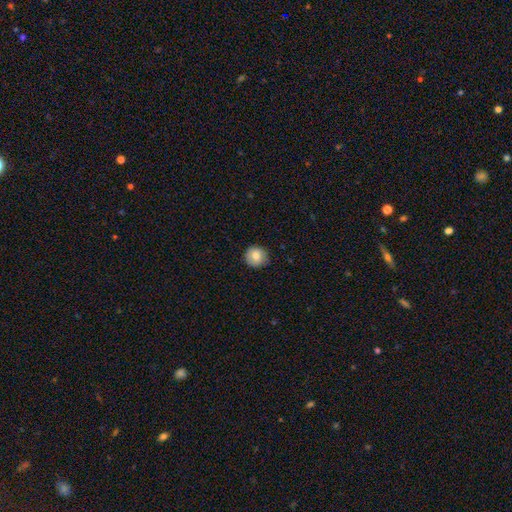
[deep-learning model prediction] smooth-or-featured: smooth: 78% | featured or disk: 14% | star or artifact: 8%
  how-rounded: round: 93% | in between: 6% | cigar-shaped: 1%
  merging: none: 85% | minor disturbance: 12% | major disturbance: 2% | merger: 1%